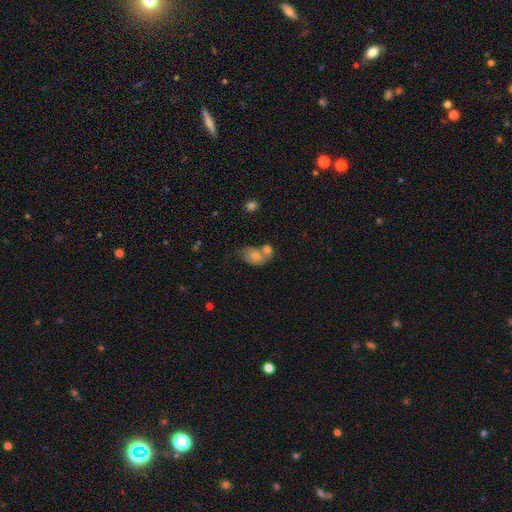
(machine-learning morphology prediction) Overall: smooth (50%; featured or disk 40%). Merging: merger (41%; none 32%).